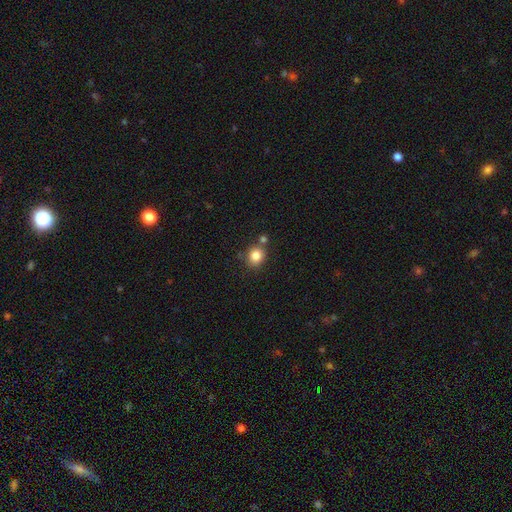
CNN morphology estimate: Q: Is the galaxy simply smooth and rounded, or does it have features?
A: smooth — 83%.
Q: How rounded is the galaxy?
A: round — 77%.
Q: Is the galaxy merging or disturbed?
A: none — 71%.